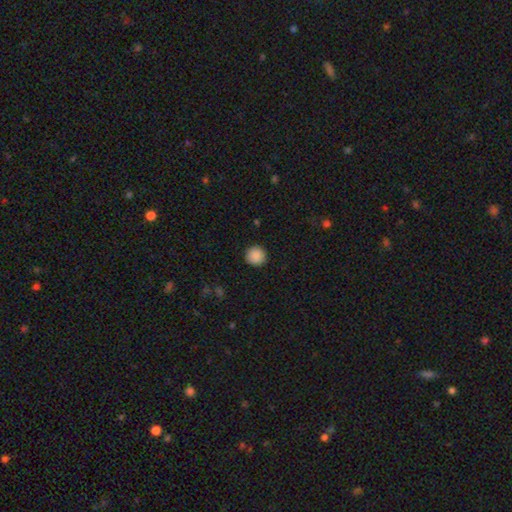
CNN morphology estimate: smooth_or_featured: smooth (p=0.89) [alt: star or artifact p=0.08]
how_rounded: round (p=0.95) [alt: in between p=0.04]
merging: none (p=0.92) [alt: minor disturbance p=0.05]